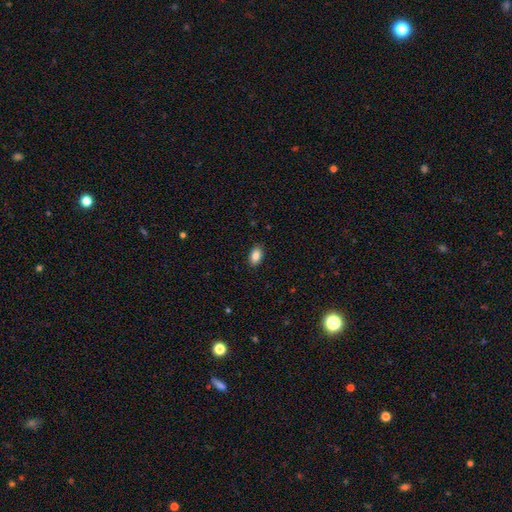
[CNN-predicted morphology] smooth 87%, star or artifact 8%, featured or disk 5%. Down the decision tree: how rounded — in between (89%); merging — none (89%).